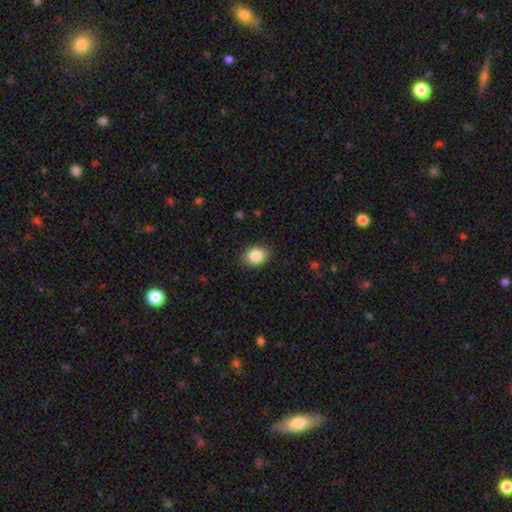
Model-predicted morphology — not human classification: Smooth or featured? Predicted: smooth (p=0.86). How rounded? Predicted: in between (p=0.63). Merging? Predicted: none (p=0.87).